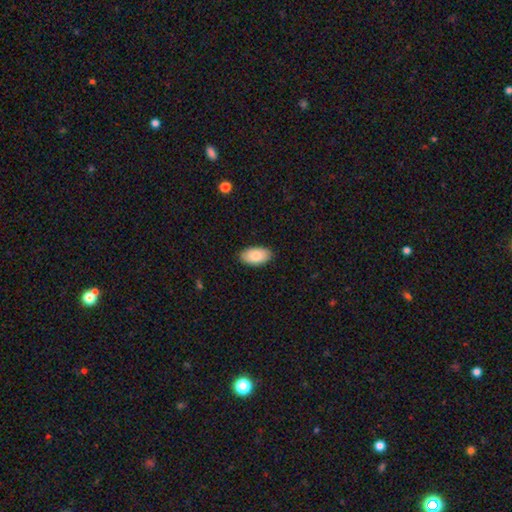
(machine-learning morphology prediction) type=smooth (87%); roundness=in between (95%); merging=none (88%).